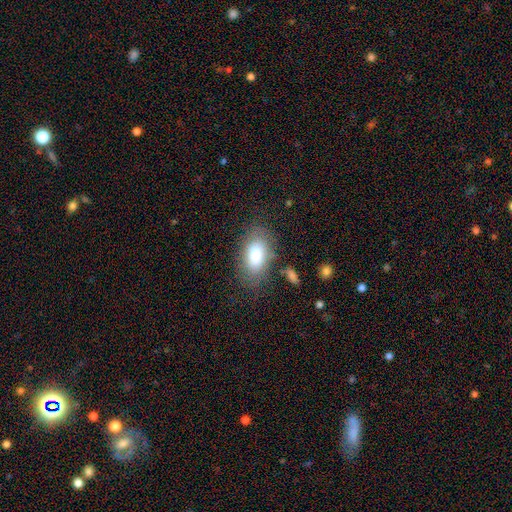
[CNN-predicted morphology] Smooth or featured?
  - smooth: 78% *
  - featured or disk: 14%
  - star or artifact: 8%
How rounded?
  - in between: 92% *
  - round: 6%
  - cigar-shaped: 2%
Merging?
  - none: 73% *
  - minor disturbance: 17%
  - major disturbance: 7%
  - merger: 3%